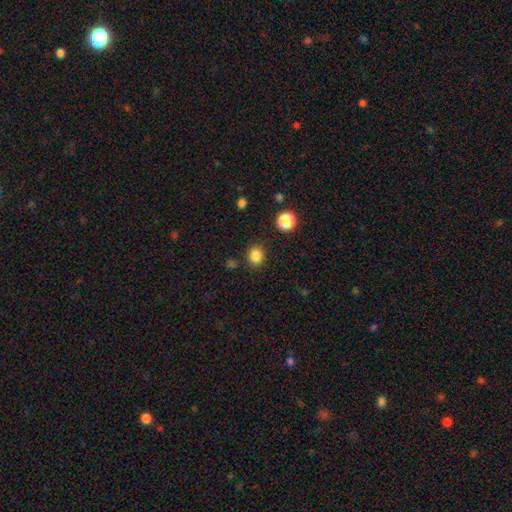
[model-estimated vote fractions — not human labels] This appears to be a smooth galaxy with no disk features (84%) that is round (78%). Merging: none (86%).